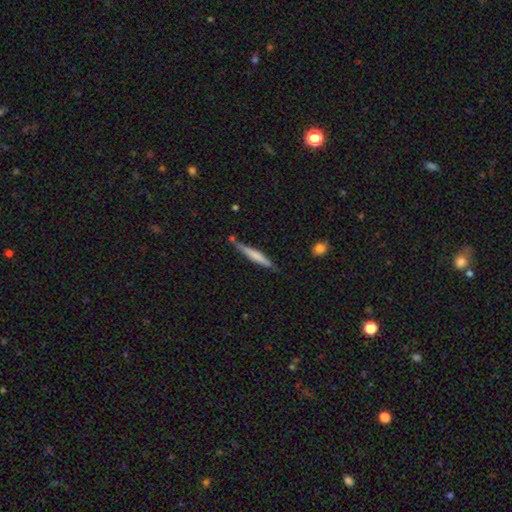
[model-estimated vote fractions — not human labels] Smooth or featured?
  - smooth: 58% *
  - featured or disk: 36%
  - star or artifact: 6%
How rounded?
  - cigar-shaped: 94% *
  - in between: 5%
  - round: 1%
Merging?
  - none: 76% *
  - minor disturbance: 16%
  - merger: 5%
  - major disturbance: 3%